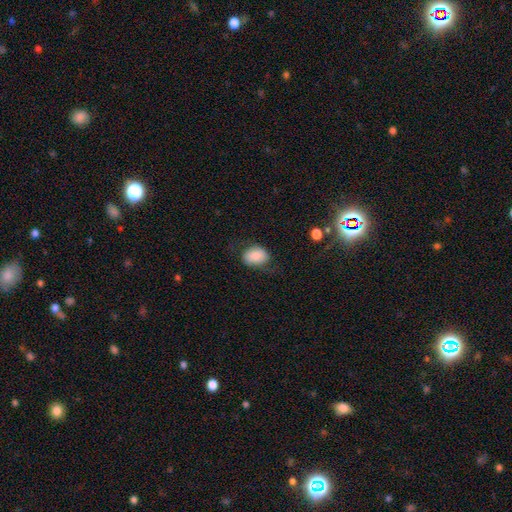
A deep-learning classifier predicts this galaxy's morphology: Smooth or featured? Predicted: smooth (p=0.81). How rounded? Predicted: in between (p=0.73). Merging? Predicted: none (p=0.65).